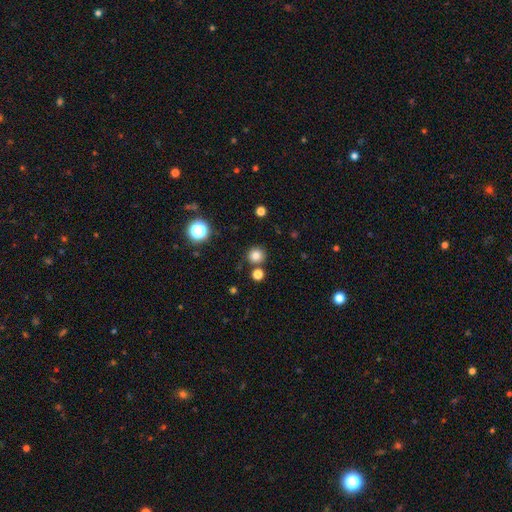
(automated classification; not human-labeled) Q: Smooth or featured?
A: smooth (80%); runner-up: star or artifact (14%)
Q: How rounded?
A: round (93%); runner-up: in between (6%)
Q: Merging?
A: none (83%); runner-up: merger (8%)